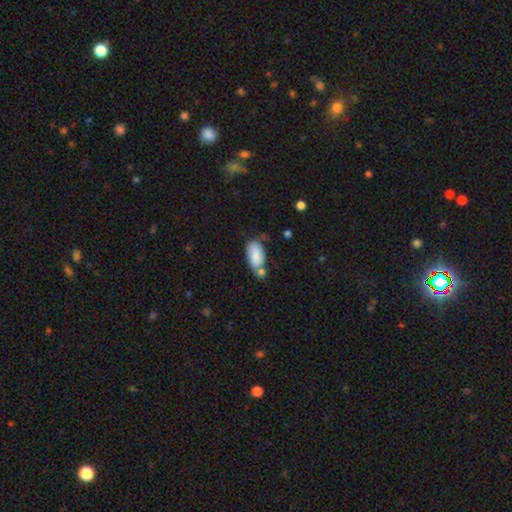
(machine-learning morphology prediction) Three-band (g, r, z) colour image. It shows a smooth galaxy with no disk features (80%) that is in between round and cigar-shaped (93%). Merging: none (48%).